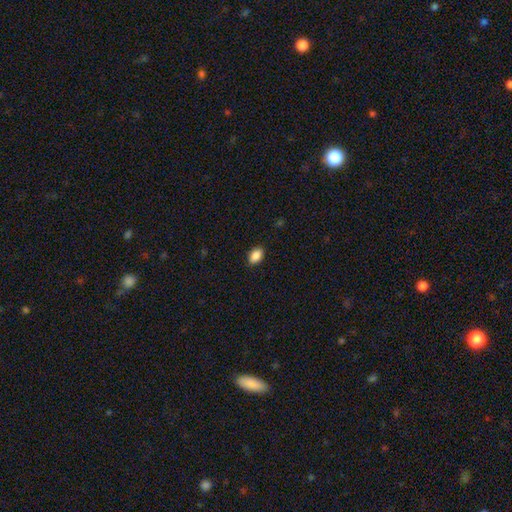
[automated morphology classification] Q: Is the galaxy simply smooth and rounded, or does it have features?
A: smooth — 89%.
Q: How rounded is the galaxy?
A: in between — 85%.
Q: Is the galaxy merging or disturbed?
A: none — 89%.